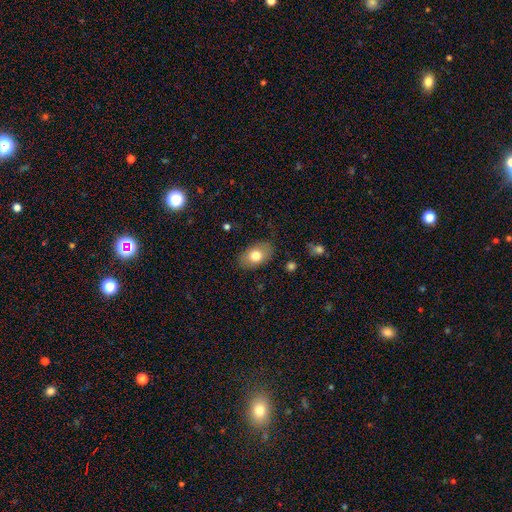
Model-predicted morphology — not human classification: smooth-or-featured: smooth: 76% | featured or disk: 16% | star or artifact: 8%
  how-rounded: in between: 88% | round: 10% | cigar-shaped: 1%
  merging: none: 84% | minor disturbance: 12% | major disturbance: 3% | merger: 1%